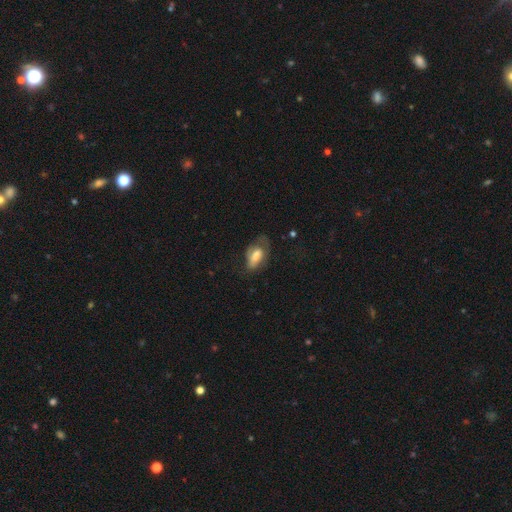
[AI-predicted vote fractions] Smooth or featured: smooth — 63% (featured or disk — 29%)
How rounded: in between — 88% (cigar-shaped — 7%)
Merging: none — 43% (minor disturbance — 29%)